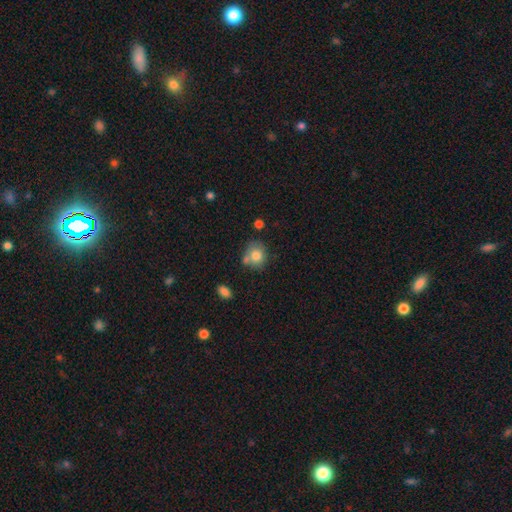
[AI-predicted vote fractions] Smooth or featured? Predicted: smooth (p=0.77). How rounded? Predicted: round (p=0.69). Merging? Predicted: none (p=0.52).